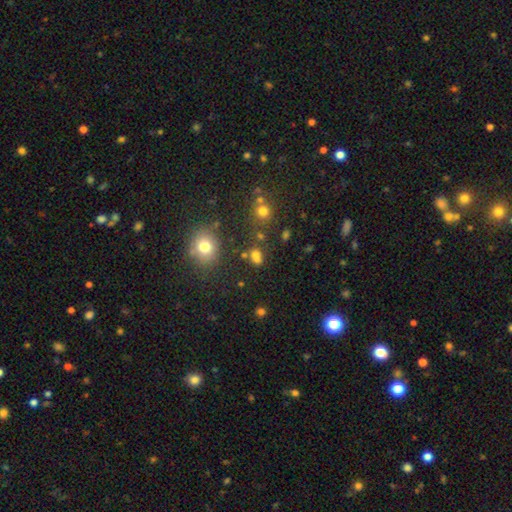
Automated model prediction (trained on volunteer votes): Smooth or featured?
  - smooth: 70% *
  - star or artifact: 21%
  - featured or disk: 9%
How rounded?
  - in between: 54% *
  - round: 43%
  - cigar-shaped: 3%
Merging?
  - none: 58% *
  - merger: 23%
  - minor disturbance: 13%
  - major disturbance: 6%